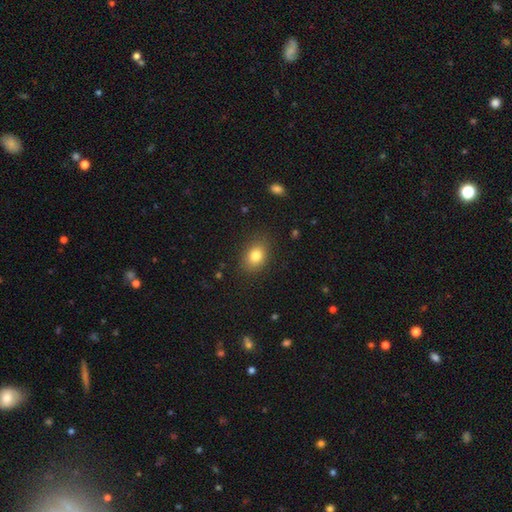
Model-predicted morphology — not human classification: smooth-or-featured: smooth: 81% | star or artifact: 10% | featured or disk: 9%
  how-rounded: in between: 69% | round: 30% | cigar-shaped: 1%
  merging: none: 84% | minor disturbance: 11% | major disturbance: 3% | merger: 1%